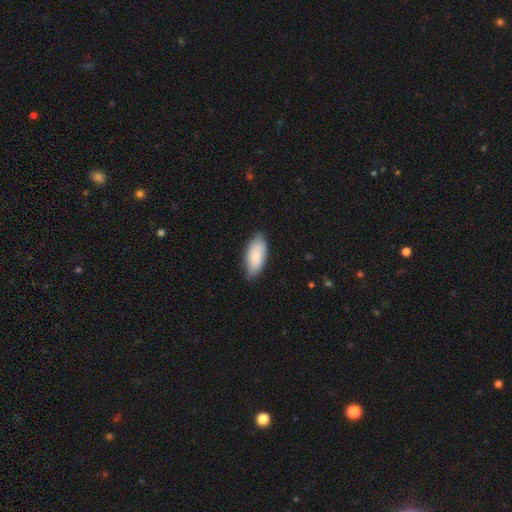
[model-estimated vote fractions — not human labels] A smooth galaxy with no disk features (75%) that is in between round and cigar-shaped (91%). Merging: none (76%).